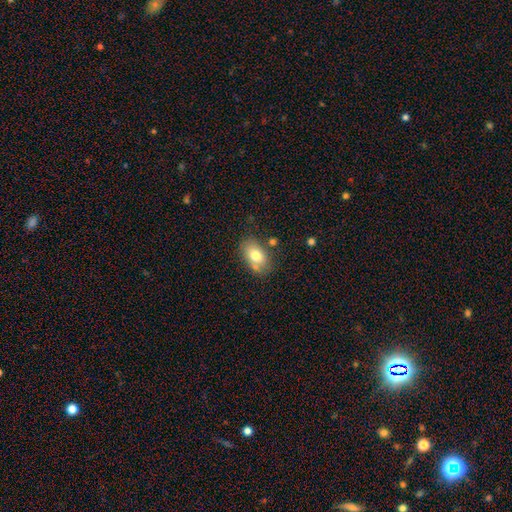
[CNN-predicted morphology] A smooth galaxy with no disk features (75%) that is in between round and cigar-shaped (88%). Merging: none (70%).